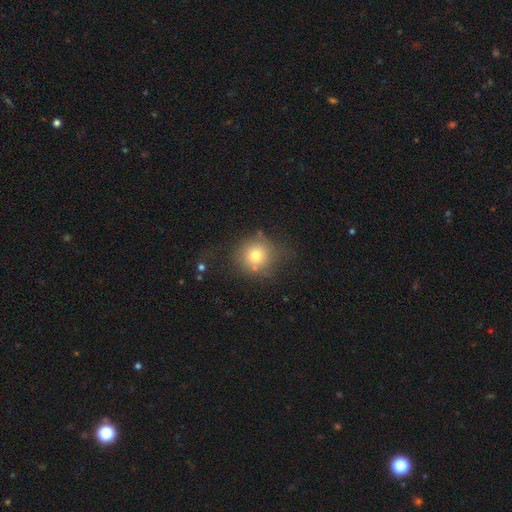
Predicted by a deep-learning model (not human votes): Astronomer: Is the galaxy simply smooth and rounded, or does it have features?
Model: smooth — 73%.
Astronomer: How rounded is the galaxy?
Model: round — 90%.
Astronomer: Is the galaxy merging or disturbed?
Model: none — 67%.